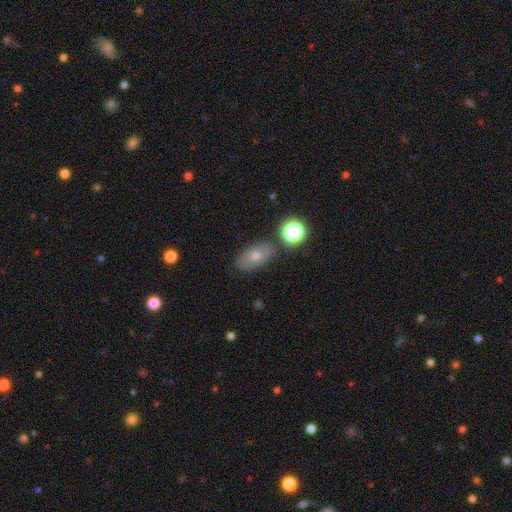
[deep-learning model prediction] smooth_or_featured: smooth (p=0.52) [alt: featured or disk p=0.32]
how_rounded: in between (p=0.84) [alt: round p=0.13]
merging: none (p=0.80) [alt: minor disturbance p=0.13]